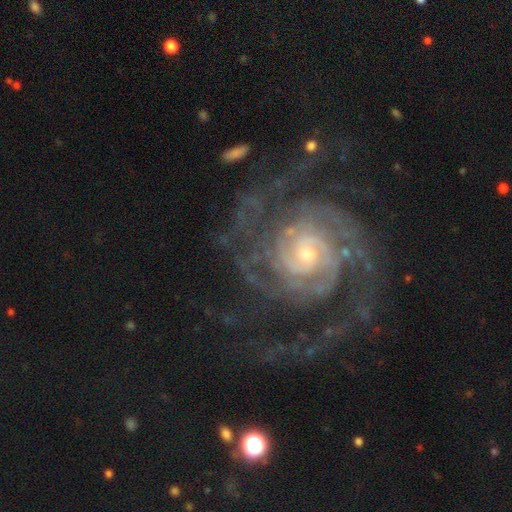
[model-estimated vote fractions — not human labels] The model was most divided on "spiral winding": tight: 59%, medium: 34%, loose: 7%. More confident: spiral arms — yes (98%); edge-on disk — no (98%); smooth or featured — featured or disk (91%); merging — none (73%); bulge size — small (60%); bar — no (59%); spiral arm count — 2 (51%).